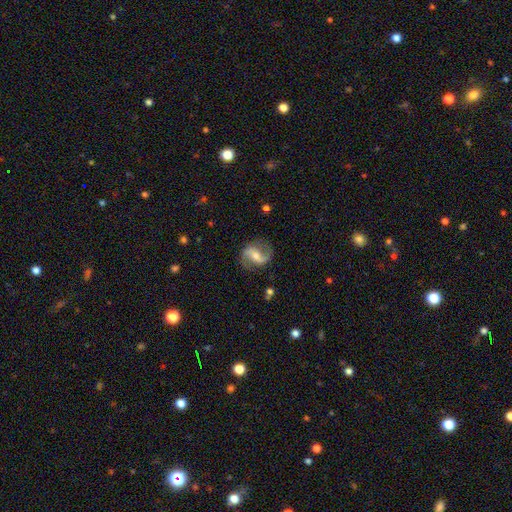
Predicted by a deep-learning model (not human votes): A featured or disk galaxy (82%) with a weak bar (40%), 2 (91%) loose (53%) spiral arms (94%) and a moderate central bulge (51%).

Vote fractions:
- Smooth or featured? featured or disk: 82% / smooth: 12% / star or artifact: 6%
- Edge-on disk? no: 97% / yes: 3%
- Bar? weak: 40% / strong: 34% / no: 26%
- Spiral arms? yes: 94% / no: 6%
- Spiral winding? loose: 53% / medium: 36% / tight: 11%
- Spiral arm count? 2: 91% / can't tell: 3% / 1: 3% / 3: 1% / 4: 1% / more than 4: 1%
- Bulge size? moderate: 51% / small: 42% / large: 3% / none: 3% / dominant: 1%
- Merging? none: 81% / minor disturbance: 13% / major disturbance: 5% / merger: 1%